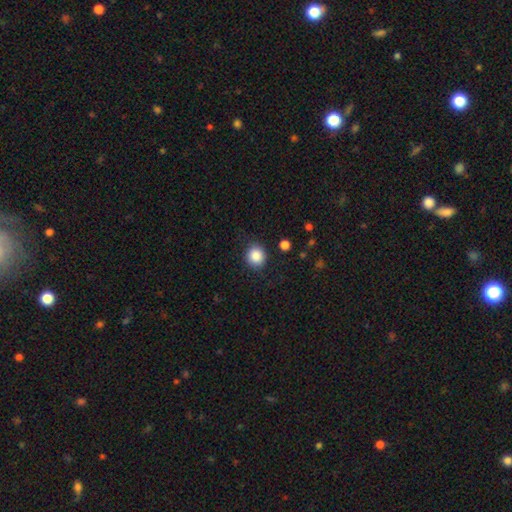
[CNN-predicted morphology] smooth_or_featured: smooth (p=0.87) [alt: star or artifact p=0.09]
how_rounded: round (p=0.85) [alt: in between p=0.14]
merging: none (p=0.85) [alt: minor disturbance p=0.10]